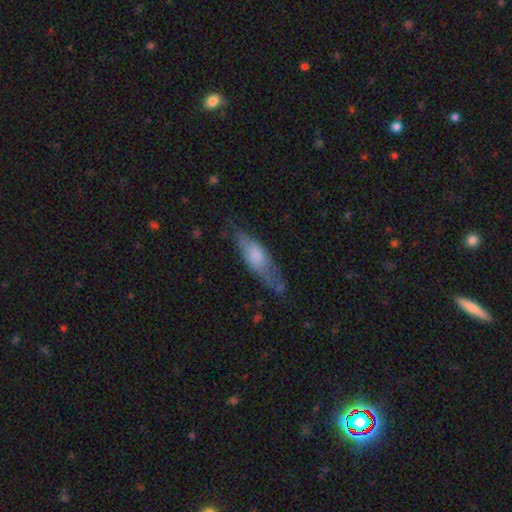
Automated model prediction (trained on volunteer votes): This is possibly a smooth galaxy (59%). How rounded: possibly cigar-shaped (53%). Merging: likely none (62%).